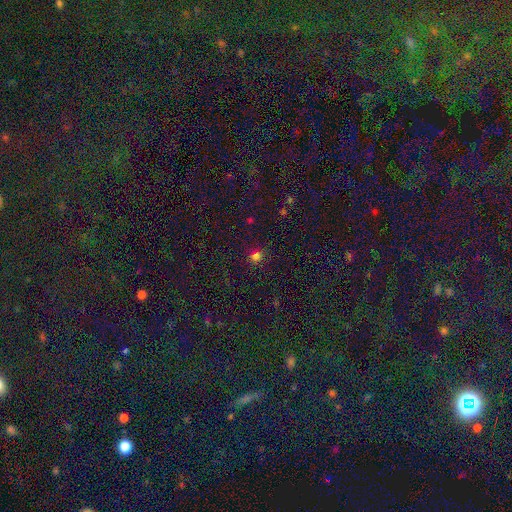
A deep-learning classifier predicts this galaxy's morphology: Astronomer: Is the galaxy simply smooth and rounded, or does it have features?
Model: smooth — 72%.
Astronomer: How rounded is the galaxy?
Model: round — 77%.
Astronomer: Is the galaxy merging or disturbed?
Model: none — 84%.